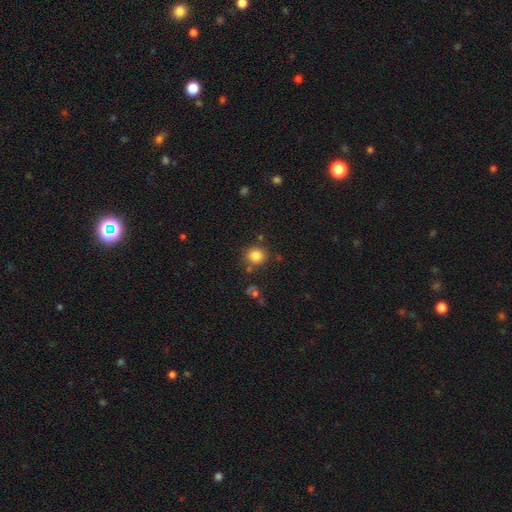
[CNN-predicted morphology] Smooth or featured? smooth (82%)
How rounded? round (85%)
Merging? none (80%)